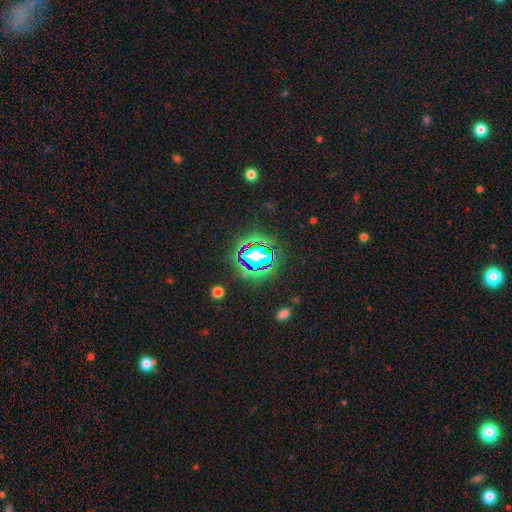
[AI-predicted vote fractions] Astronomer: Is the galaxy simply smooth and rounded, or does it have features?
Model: star or artifact — 75%.